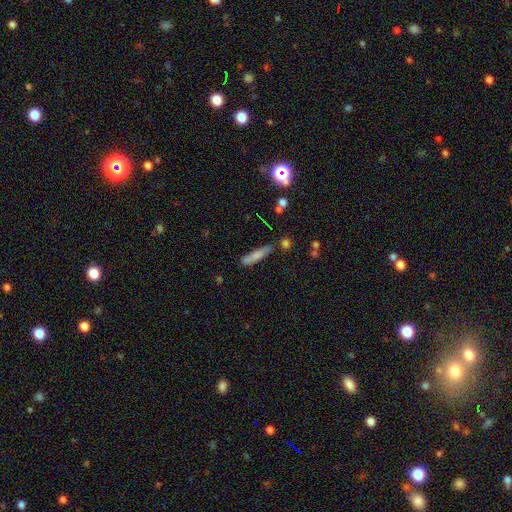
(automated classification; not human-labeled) Smooth or featured? smooth (75%)
How rounded? cigar-shaped (86%)
Merging? none (69%)